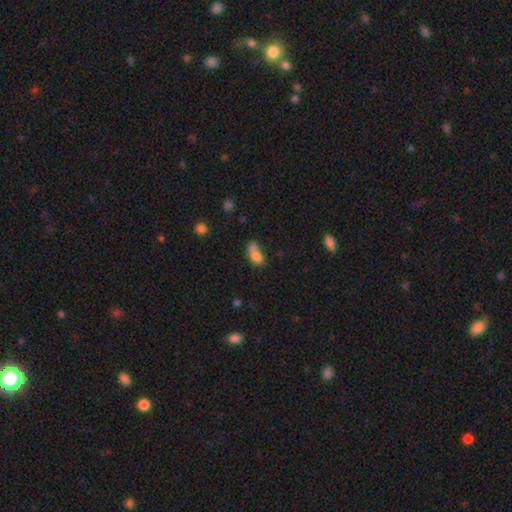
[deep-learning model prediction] Smooth or featured? smooth (76%)
How rounded? in between (75%)
Merging? merger (52%)